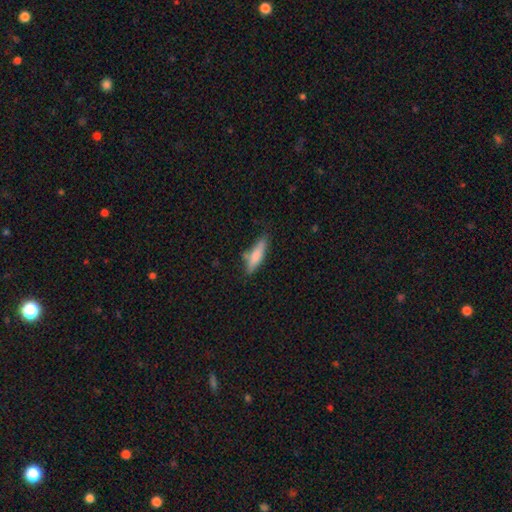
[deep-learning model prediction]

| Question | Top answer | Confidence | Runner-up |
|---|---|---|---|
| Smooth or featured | smooth | 76% | featured or disk (18%) |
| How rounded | cigar-shaped | 70% | in between (28%) |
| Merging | none | 70% | minor disturbance (20%) |